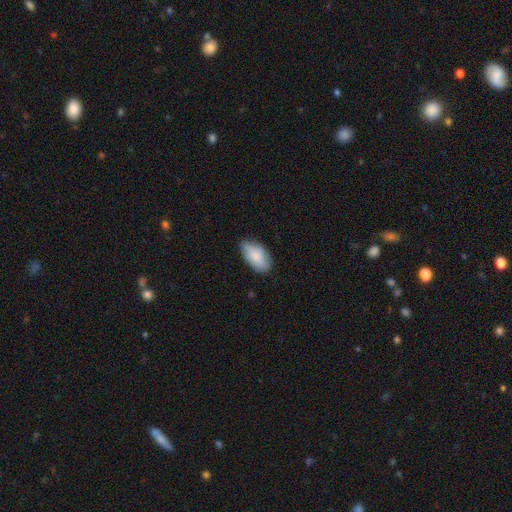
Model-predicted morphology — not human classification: smooth-or-featured: smooth: 82% | featured or disk: 12% | star or artifact: 6%
  how-rounded: in between: 94% | cigar-shaped: 3% | round: 3%
  merging: none: 73% | minor disturbance: 22% | major disturbance: 4% | merger: 1%